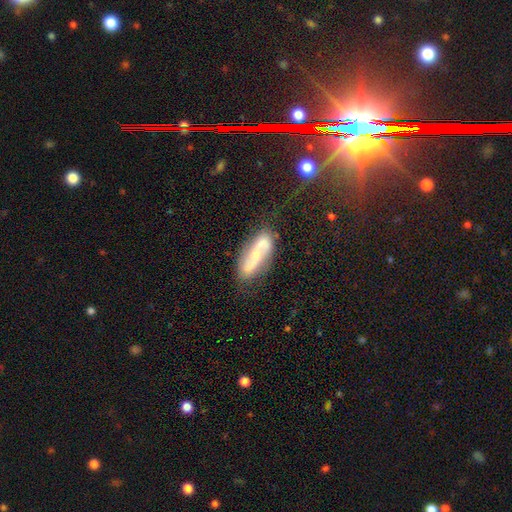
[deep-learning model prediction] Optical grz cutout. It shows a featured or disk galaxy (63%) with no bar (49%), spiral arms (81%) and a small central bulge (53%). Merging: none (66%).